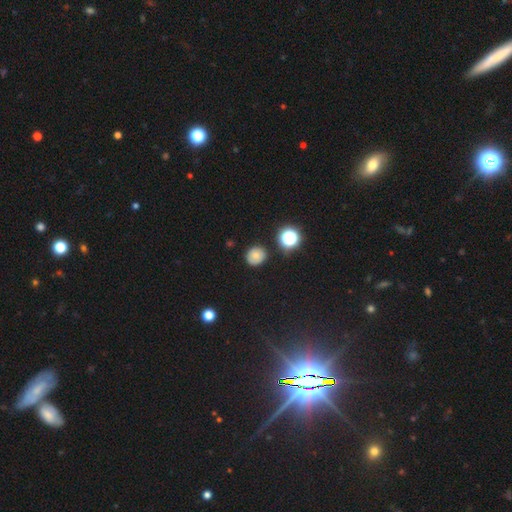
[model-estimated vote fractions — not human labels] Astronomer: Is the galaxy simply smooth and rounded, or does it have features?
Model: smooth — 70%.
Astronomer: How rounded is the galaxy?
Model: round — 84%.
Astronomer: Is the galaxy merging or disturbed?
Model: none — 84%.